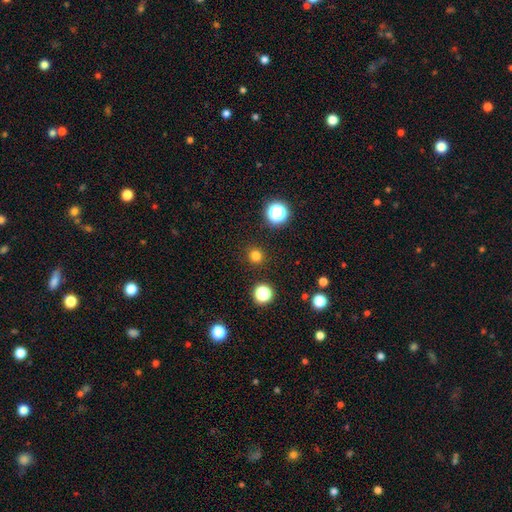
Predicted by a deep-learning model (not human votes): Q: Smooth or featured?
A: smooth (78%); runner-up: star or artifact (17%)
Q: How rounded?
A: round (95%); runner-up: in between (5%)
Q: Merging?
A: none (91%); runner-up: minor disturbance (5%)